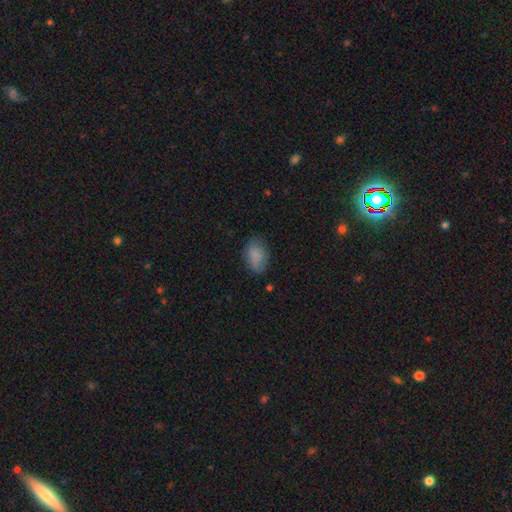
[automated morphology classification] A smooth galaxy with no disk features (85%) that is in between round and cigar-shaped (87%). Merging: none (72%).